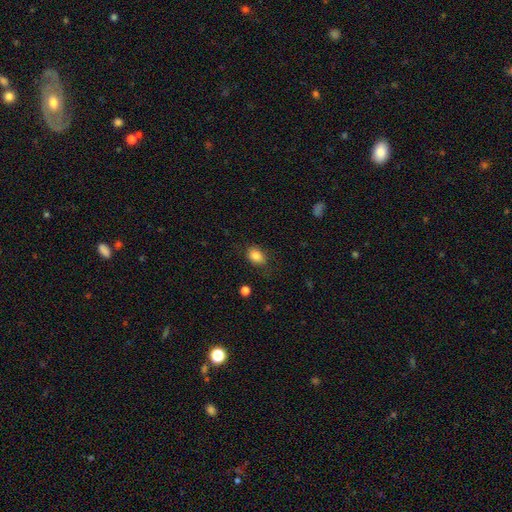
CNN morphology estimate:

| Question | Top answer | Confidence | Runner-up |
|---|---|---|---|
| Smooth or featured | smooth | 84% | star or artifact (9%) |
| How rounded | in between | 73% | round (26%) |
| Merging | none | 77% | minor disturbance (17%) |